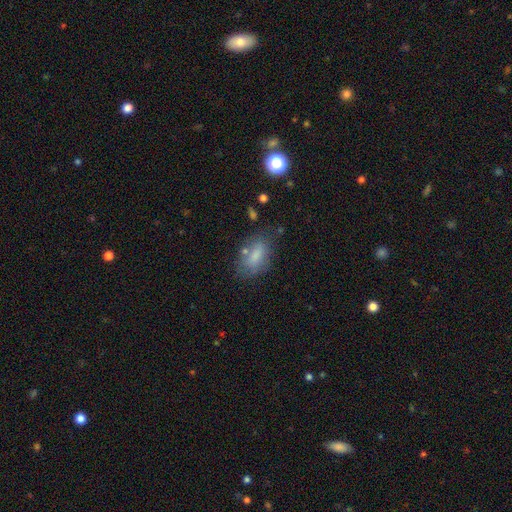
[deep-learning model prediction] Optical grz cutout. It shows a smooth galaxy with no disk features (74%) that is in between round and cigar-shaped (87%). Merging: none (64%).